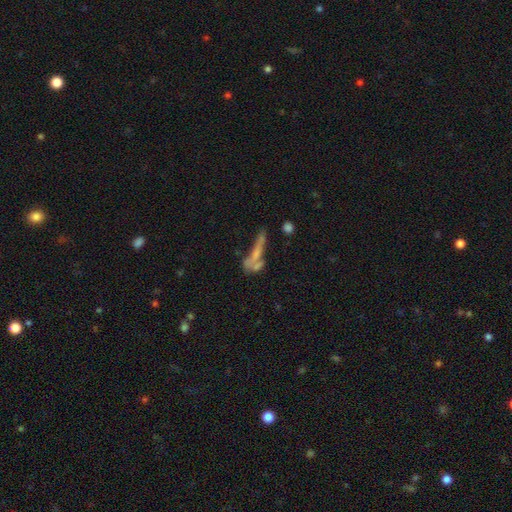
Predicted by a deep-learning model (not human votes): Q: Smooth or featured?
A: featured or disk (45%); runner-up: smooth (38%)
Q: Merging?
A: merger (38%); runner-up: none (29%)